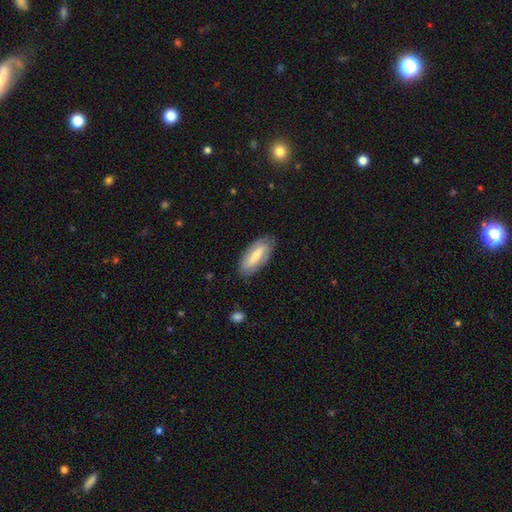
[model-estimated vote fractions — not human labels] This is possibly a smooth galaxy (55%). How rounded: likely in between (78%). Merging: clearly none (82%).